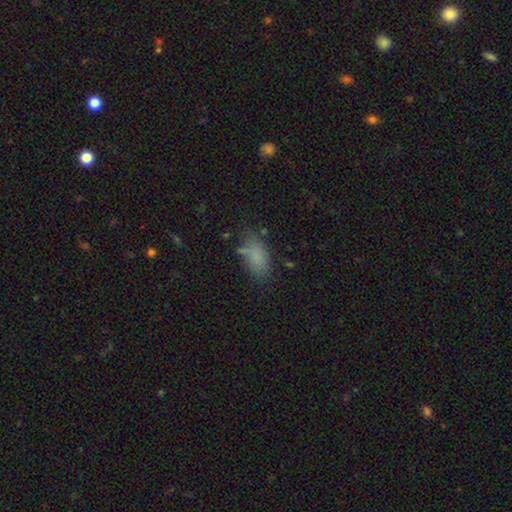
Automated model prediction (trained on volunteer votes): Smooth or featured: smooth — 79% (star or artifact — 12%)
How rounded: in between — 88% (cigar-shaped — 8%)
Merging: none — 61% (minor disturbance — 23%)